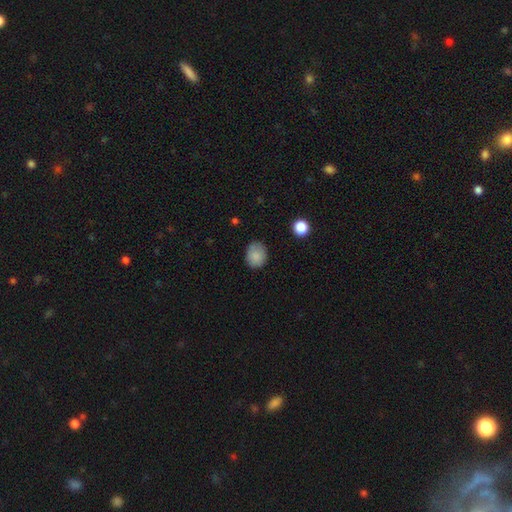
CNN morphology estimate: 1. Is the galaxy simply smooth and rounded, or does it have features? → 85% smooth, 9% star or artifact, 6% featured or disk.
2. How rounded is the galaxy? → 60% round, 39% in between, 1% cigar-shaped.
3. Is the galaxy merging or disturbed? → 74% none, 20% minor disturbance, 4% major disturbance, 1% merger.